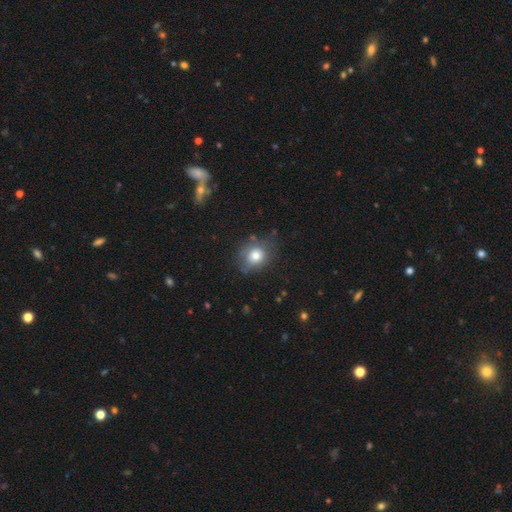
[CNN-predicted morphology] Q: Smooth or featured?
A: smooth (76%); runner-up: featured or disk (14%)
Q: How rounded?
A: round (69%); runner-up: in between (30%)
Q: Merging?
A: none (67%); runner-up: minor disturbance (23%)